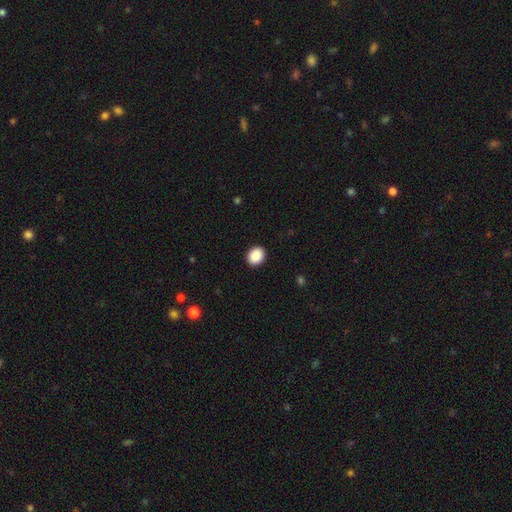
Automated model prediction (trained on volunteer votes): Morphology: type=smooth (90%); roundness=round (53%); merging=none (91%).